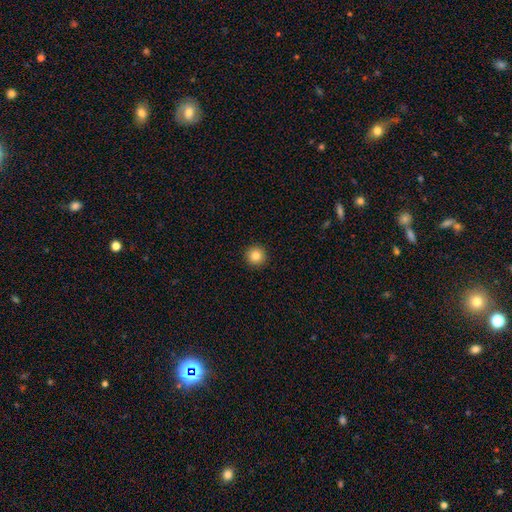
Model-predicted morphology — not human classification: A smooth galaxy with no disk features (85%) that is round (96%).

Vote fractions:
- Smooth or featured? smooth: 85% / star or artifact: 10% / featured or disk: 5%
- How rounded? round: 96% / in between: 3% / cigar-shaped: 1%
- Merging? none: 93% / minor disturbance: 4% / major disturbance: 1% / merger: 1%